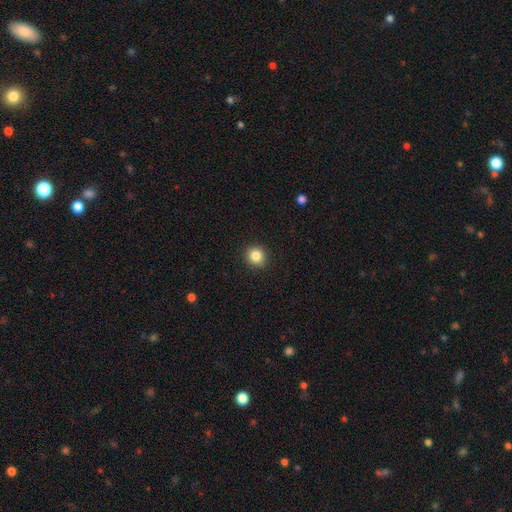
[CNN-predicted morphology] Smooth or featured?
  - smooth: 84% *
  - star or artifact: 11%
  - featured or disk: 5%
How rounded?
  - round: 92% *
  - in between: 8%
  - cigar-shaped: 1%
Merging?
  - none: 91% *
  - minor disturbance: 6%
  - major disturbance: 2%
  - merger: 1%